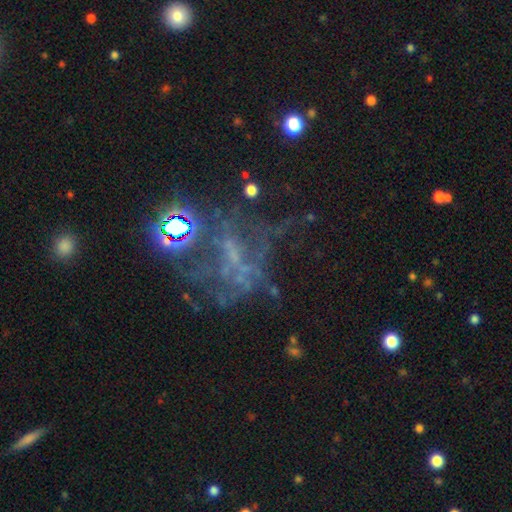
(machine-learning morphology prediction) Smooth or featured? Predicted: featured or disk (p=0.47). Merging? Predicted: major disturbance (p=0.39).